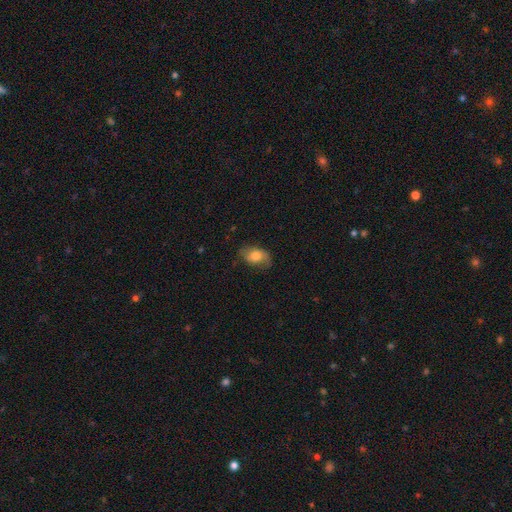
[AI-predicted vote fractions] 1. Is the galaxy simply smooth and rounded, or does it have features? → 65% smooth, 27% featured or disk, 8% star or artifact.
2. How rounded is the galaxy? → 82% in between, 16% round, 2% cigar-shaped.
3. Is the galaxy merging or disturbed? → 66% none, 24% minor disturbance, 9% major disturbance, 1% merger.